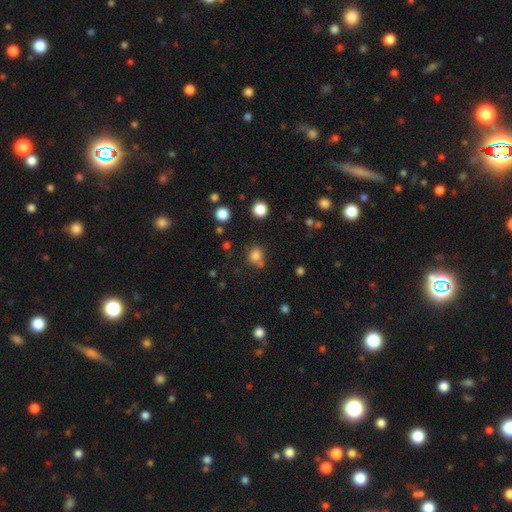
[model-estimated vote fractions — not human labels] Overall: smooth (80%). How rounded: round (80%). Merging: none (65%).